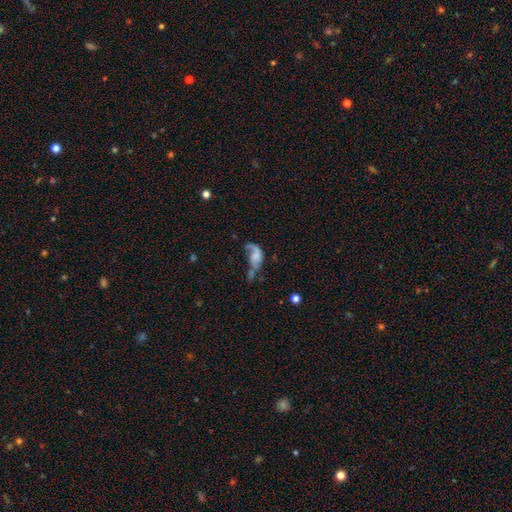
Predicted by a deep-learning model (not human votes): Smooth or featured? Predicted: featured or disk (p=0.54). Edge-on disk? Predicted: no (p=0.95). Bar? Predicted: no (p=0.73). Spiral arms? Predicted: yes (p=0.70). Bulge size? Predicted: none (p=0.51). Merging? Predicted: major disturbance (p=0.39).